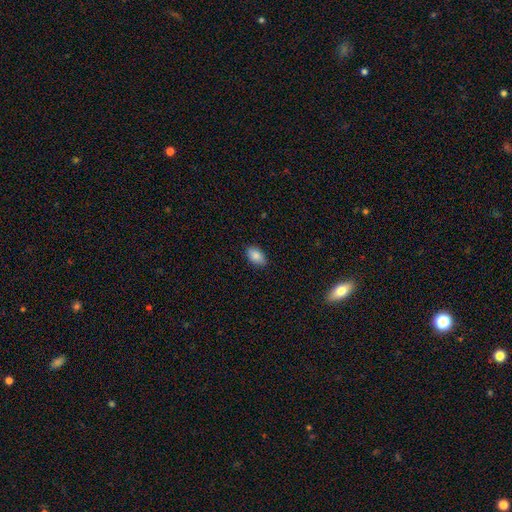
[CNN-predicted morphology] A smooth galaxy with no disk features (87%) that is in between round and cigar-shaped (92%). Merging: none (86%).